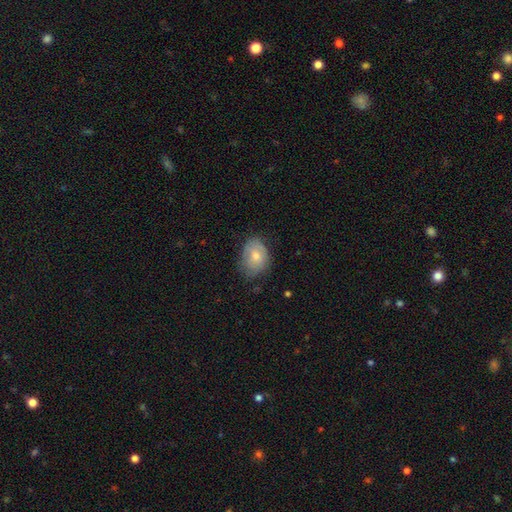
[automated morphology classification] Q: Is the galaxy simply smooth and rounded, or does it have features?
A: smooth — 63%.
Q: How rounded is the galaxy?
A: in between — 68%.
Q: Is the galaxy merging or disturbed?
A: none — 62%.